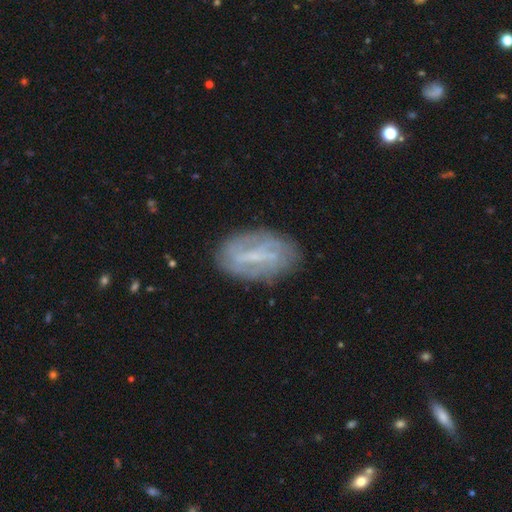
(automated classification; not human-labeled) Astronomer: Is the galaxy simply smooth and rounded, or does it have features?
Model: featured or disk — 67%.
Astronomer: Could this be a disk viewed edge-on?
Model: no — 92%.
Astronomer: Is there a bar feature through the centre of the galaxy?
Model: strong — 47% (runner-up: weak, 39%).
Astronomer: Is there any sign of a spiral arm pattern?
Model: yes — 60% (runner-up: no, 40%).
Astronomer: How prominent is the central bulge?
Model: small — 50% (runner-up: none, 31%).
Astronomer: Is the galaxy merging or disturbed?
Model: none — 75%.